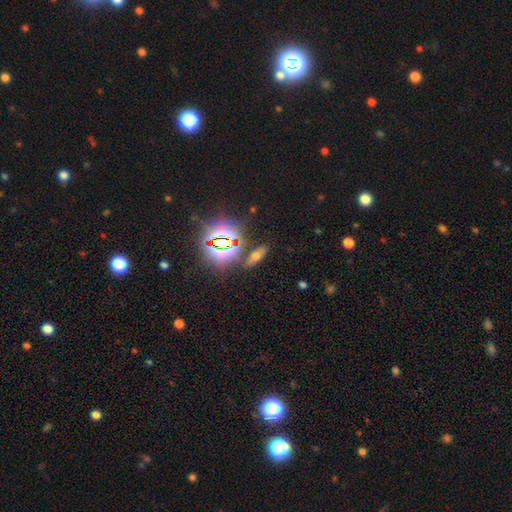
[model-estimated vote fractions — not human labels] Smooth or featured?
  - smooth: 44% *
  - star or artifact: 36%
  - featured or disk: 20%
Merging?
  - none: 79% *
  - minor disturbance: 11%
  - merger: 5%
  - major disturbance: 4%